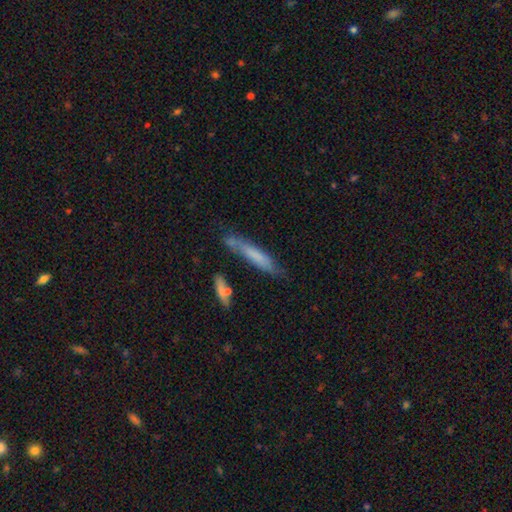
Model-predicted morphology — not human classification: This is likely a smooth galaxy (65%). How rounded: clearly cigar-shaped (88%). Merging: likely none (63%).